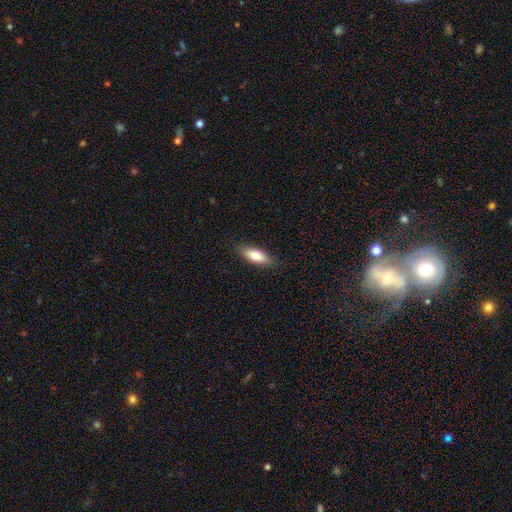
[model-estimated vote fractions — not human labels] A smooth galaxy with no disk features (80%) that is in between round and cigar-shaped (67%). Merging: none (87%).